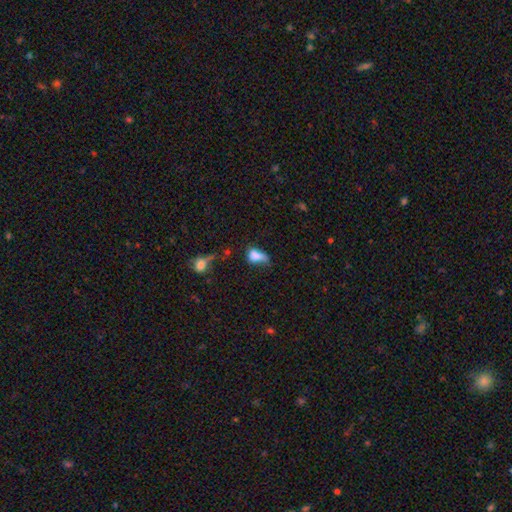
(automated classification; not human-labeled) This appears to be a smooth galaxy with no disk features (74%) that is in between round and cigar-shaped (82%). Merging: major disturbance (30%).